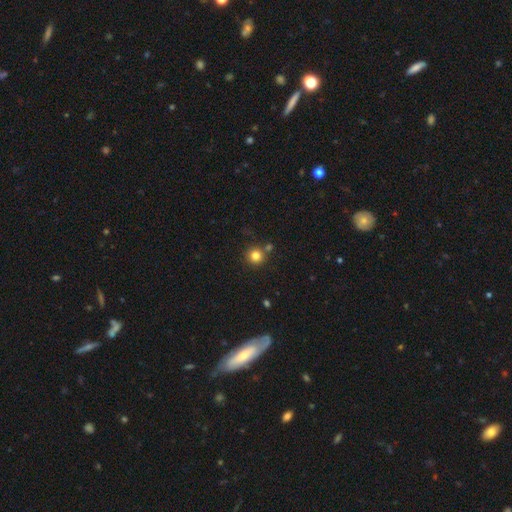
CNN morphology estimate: Overall: smooth (81%). How rounded: round (94%). Merging: none (77%).